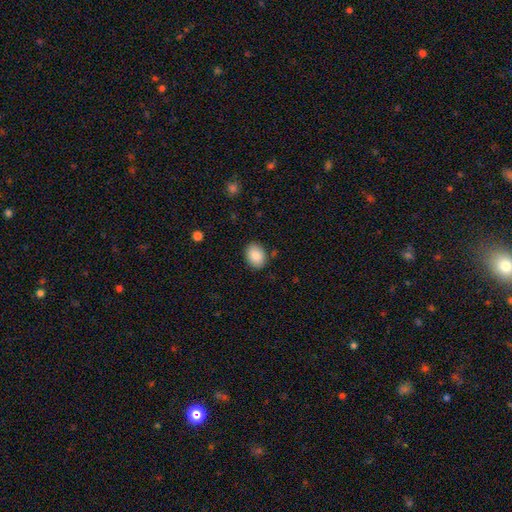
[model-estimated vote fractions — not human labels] smooth-or-featured: smooth: 87% | star or artifact: 7% | featured or disk: 6%
  how-rounded: in between: 68% | round: 31% | cigar-shaped: 1%
  merging: none: 87% | minor disturbance: 10% | major disturbance: 2% | merger: 2%